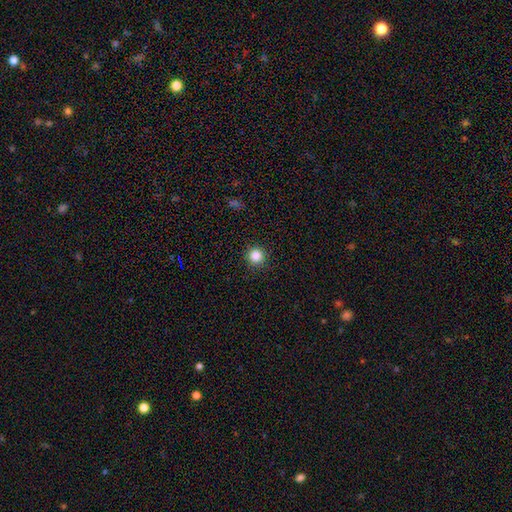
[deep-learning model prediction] Overall: smooth (85%). How rounded: round (95%). Merging: none (92%).